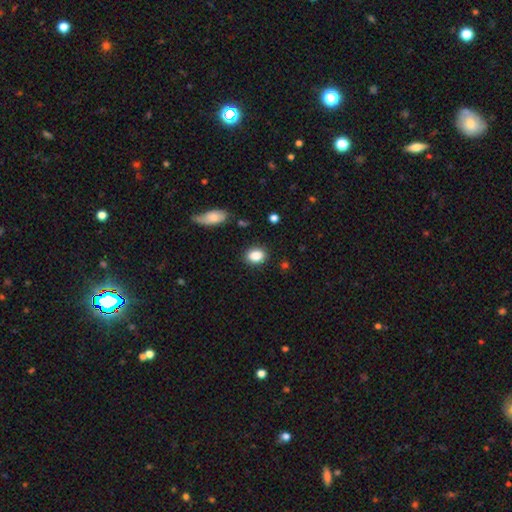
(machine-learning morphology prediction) This appears to be a smooth galaxy with no disk features (86%) that is in between round and cigar-shaped (65%). Merging: none (85%).